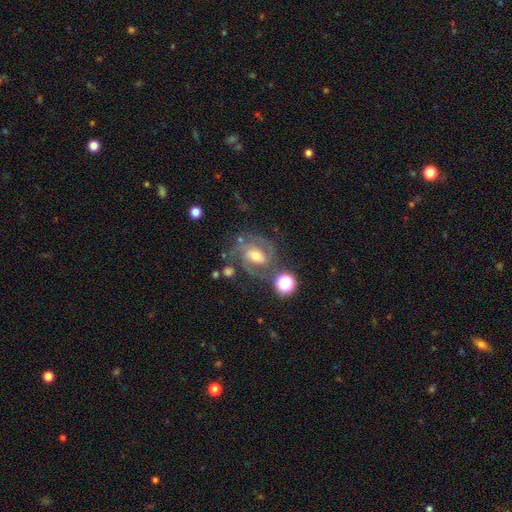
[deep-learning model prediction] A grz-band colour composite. It shows a featured or disk galaxy (83%) with a weak bar (46%), 2 (62%) medium (48%) spiral arms (95%) and a moderate central bulge (62%). Merging: none (66%).